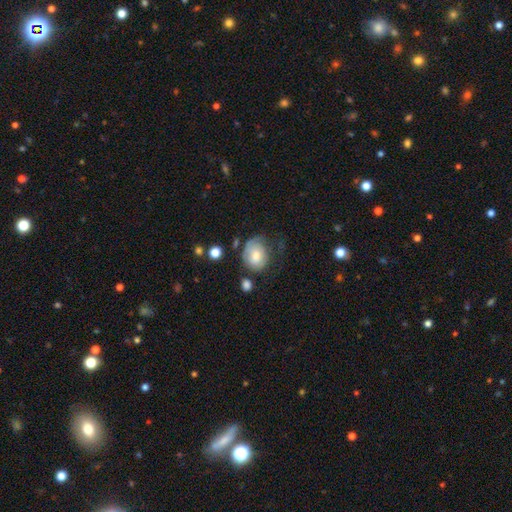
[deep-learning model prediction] A smooth galaxy with no disk features (67%) that is round (56%). Merging: none (43%).